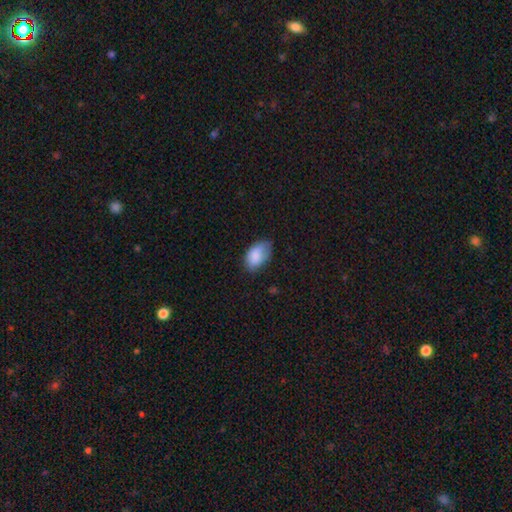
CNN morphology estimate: A smooth galaxy with no disk features (85%) that is in between round and cigar-shaped (92%).

Vote fractions:
- Smooth or featured? smooth: 85% / featured or disk: 8% / star or artifact: 7%
- How rounded? in between: 92% / round: 6% / cigar-shaped: 1%
- Merging? none: 59% / minor disturbance: 32% / major disturbance: 8% / merger: 2%